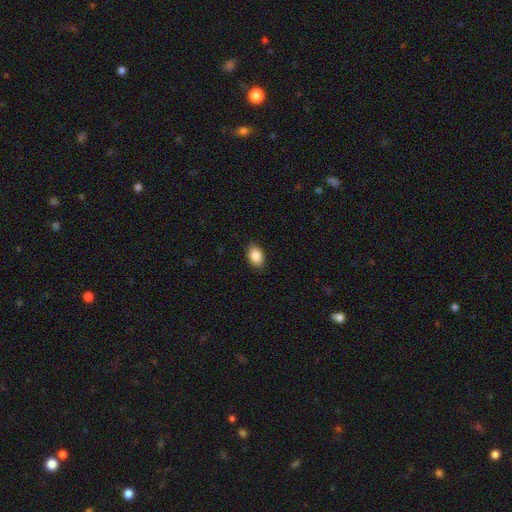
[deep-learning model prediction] Smooth or featured?
  - smooth: 88% *
  - star or artifact: 8%
  - featured or disk: 5%
How rounded?
  - in between: 85% *
  - round: 14%
  - cigar-shaped: 1%
Merging?
  - none: 89% *
  - minor disturbance: 9%
  - major disturbance: 2%
  - merger: 1%